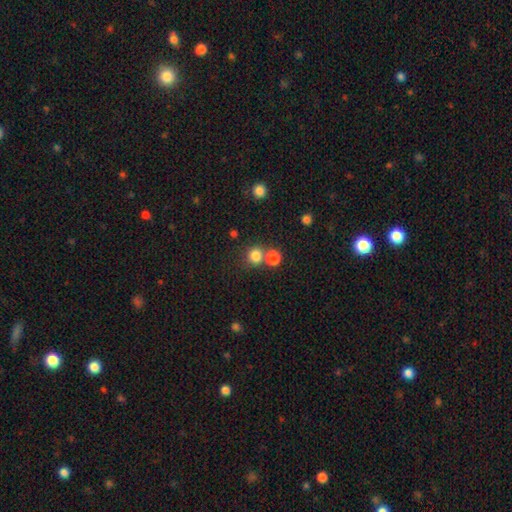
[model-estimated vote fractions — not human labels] smooth_or_featured: smooth (p=0.80) [alt: star or artifact p=0.14]
how_rounded: round (p=0.88) [alt: in between p=0.11]
merging: none (p=0.62) [alt: merger p=0.28]